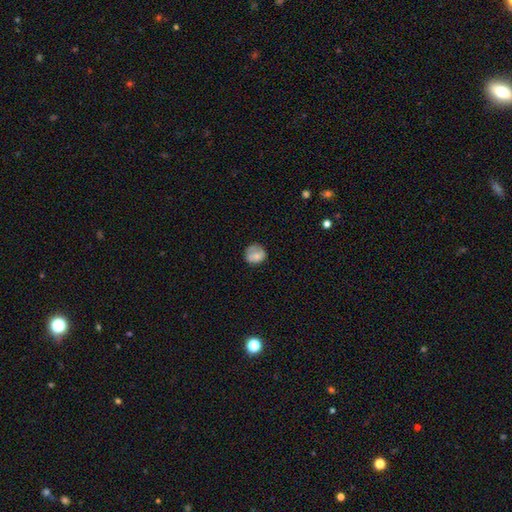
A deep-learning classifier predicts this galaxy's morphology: This appears to be a smooth galaxy with no disk features (67%) that is round (76%). Merging: none (59%).